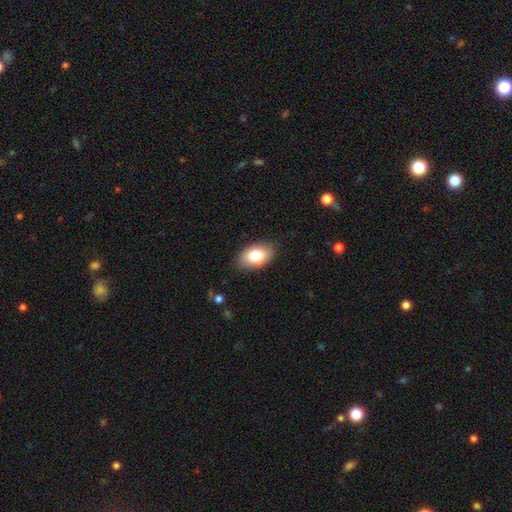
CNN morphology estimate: Smooth or featured? Predicted: smooth (p=0.78). How rounded? Predicted: in between (p=0.89). Merging? Predicted: none (p=0.84).